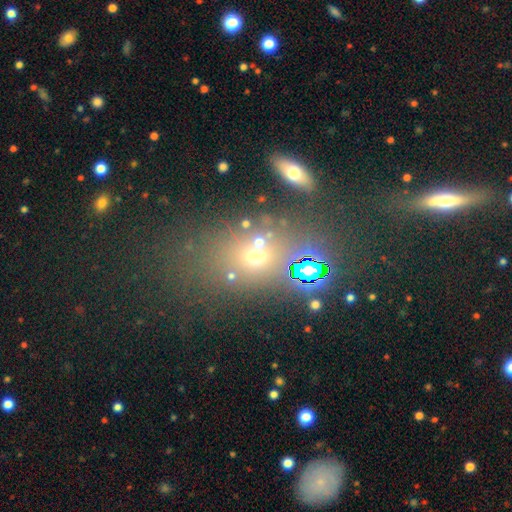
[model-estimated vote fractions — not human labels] Smooth or featured: smooth — 55% (star or artifact — 29%)
How rounded: in between — 52% (round — 45%)
Merging: none — 61% (merger — 17%)